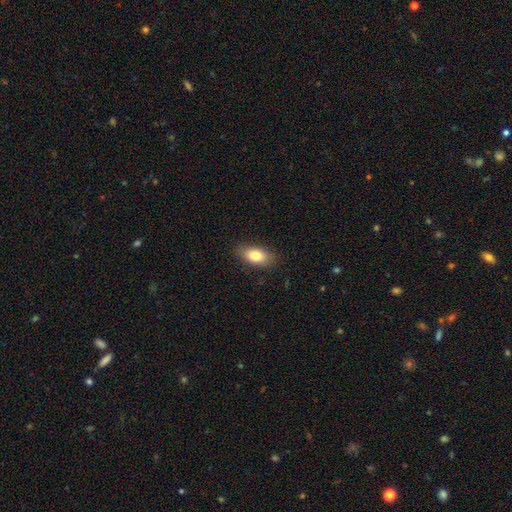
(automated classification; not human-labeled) Smooth or featured: smooth — 79% (featured or disk — 13%)
How rounded: in between — 88% (round — 7%)
Merging: none — 86% (minor disturbance — 10%)